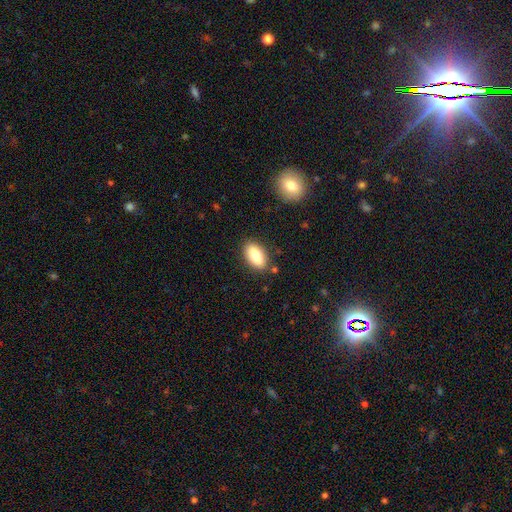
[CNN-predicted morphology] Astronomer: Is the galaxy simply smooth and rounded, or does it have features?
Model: smooth — 82%.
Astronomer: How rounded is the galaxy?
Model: in between — 92%.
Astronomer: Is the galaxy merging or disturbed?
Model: none — 84%.